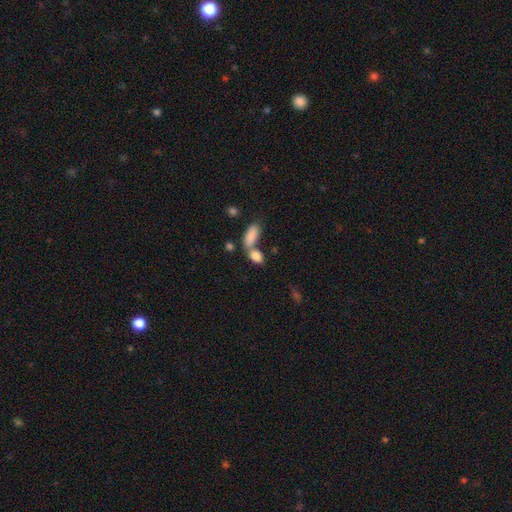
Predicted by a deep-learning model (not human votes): Morphology: type=smooth (85%); roundness=in between (86%); merging=merger (46%).